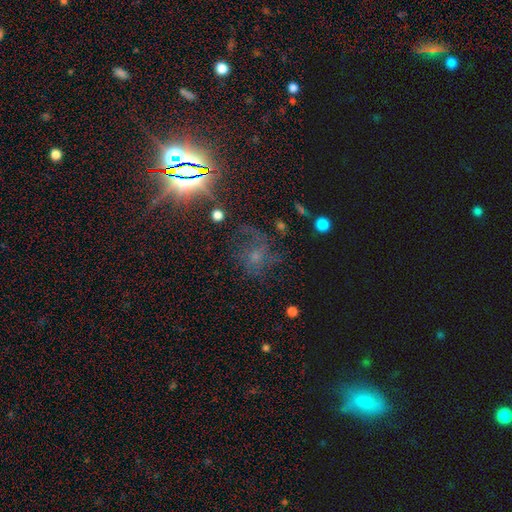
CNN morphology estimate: Smooth or featured: star or artifact — 40% (featured or disk — 37%)